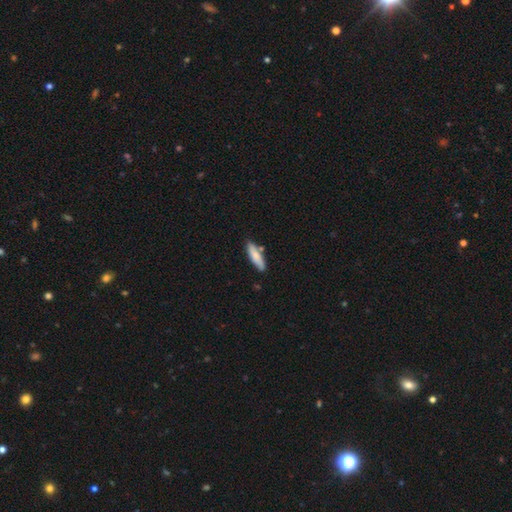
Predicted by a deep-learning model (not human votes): Overall: smooth (76%). How rounded: cigar-shaped (62%; in between 36%). Merging: none (77%).